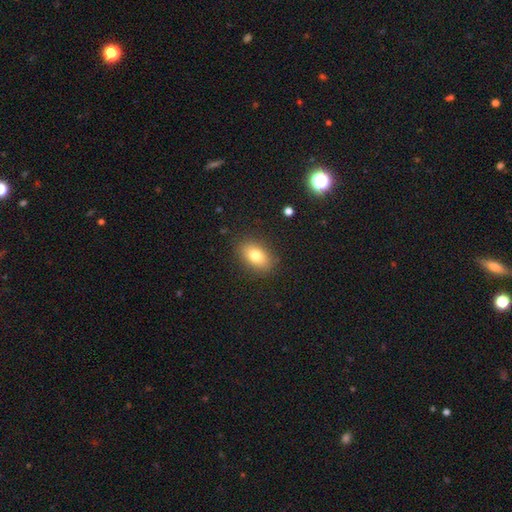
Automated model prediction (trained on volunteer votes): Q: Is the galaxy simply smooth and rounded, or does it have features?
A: smooth — 79%.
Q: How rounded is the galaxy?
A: in between — 85%.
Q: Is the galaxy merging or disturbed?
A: none — 86%.